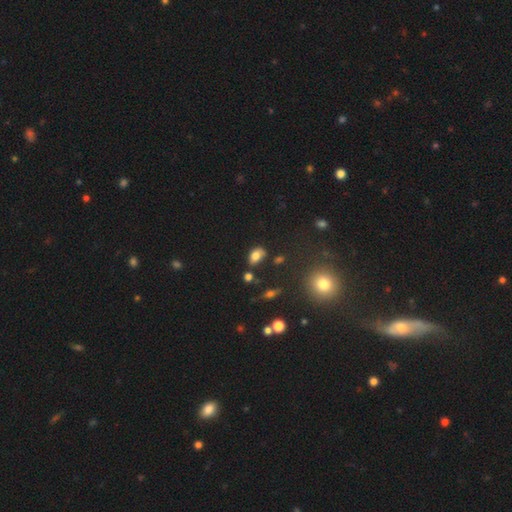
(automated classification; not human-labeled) Smooth or featured? Predicted: smooth (p=0.78). How rounded? Predicted: in between (p=0.87). Merging? Predicted: none (p=0.66).